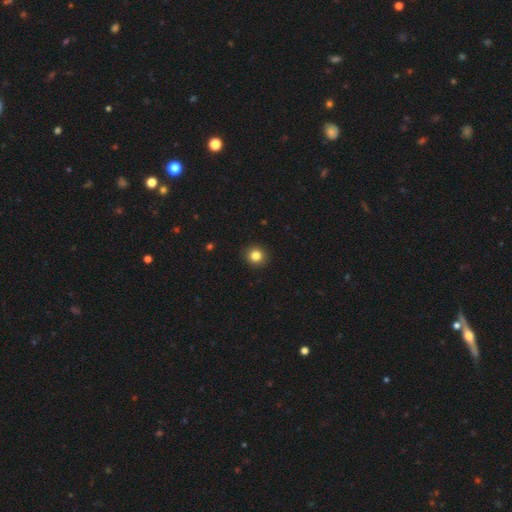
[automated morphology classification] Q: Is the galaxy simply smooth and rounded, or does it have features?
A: smooth — 83%.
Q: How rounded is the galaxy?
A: round — 92%.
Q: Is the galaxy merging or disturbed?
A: none — 92%.